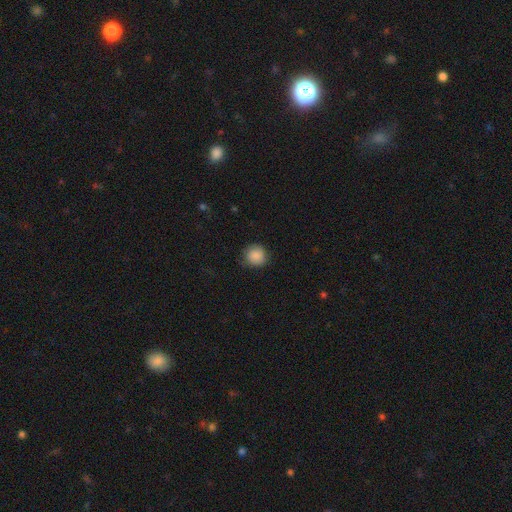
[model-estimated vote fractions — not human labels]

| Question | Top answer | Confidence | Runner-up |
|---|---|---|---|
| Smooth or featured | smooth | 87% | star or artifact (8%) |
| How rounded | round | 91% | in between (8%) |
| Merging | none | 82% | minor disturbance (14%) |